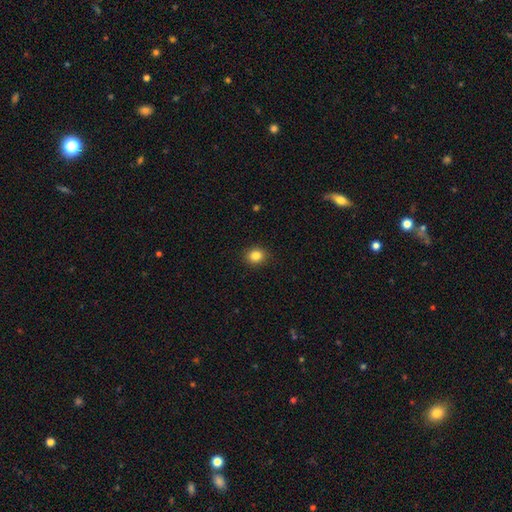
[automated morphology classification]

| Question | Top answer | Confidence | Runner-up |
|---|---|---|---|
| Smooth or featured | smooth | 84% | star or artifact (11%) |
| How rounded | round | 72% | in between (27%) |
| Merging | none | 91% | minor disturbance (6%) |